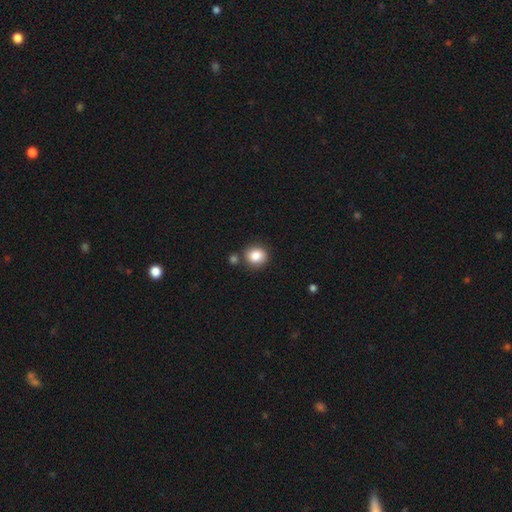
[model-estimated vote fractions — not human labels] A smooth galaxy with no disk features (86%) that is round (81%). Merging: none (75%).